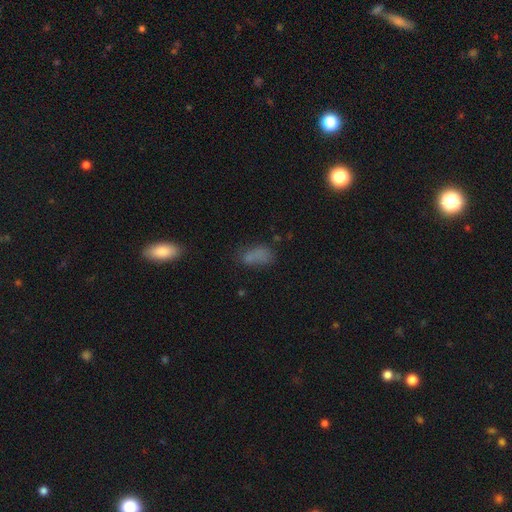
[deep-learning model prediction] This appears to be a smooth galaxy with no disk features (73%) that is in between round and cigar-shaped (86%). Merging: none (49%).